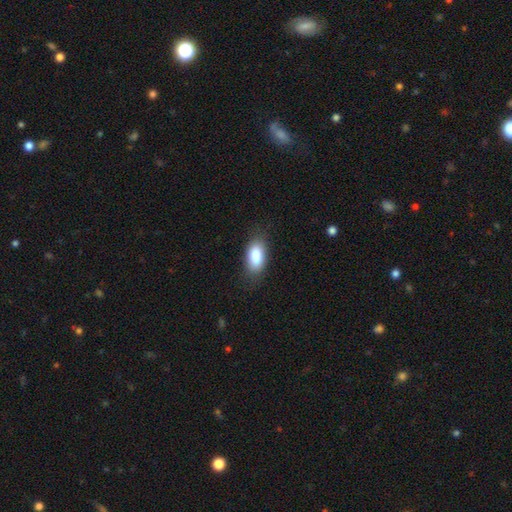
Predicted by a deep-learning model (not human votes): smooth_or_featured: smooth (p=0.85) [alt: featured or disk p=0.08]
how_rounded: in between (p=0.91) [alt: cigar-shaped p=0.05]
merging: none (p=0.80) [alt: minor disturbance p=0.15]